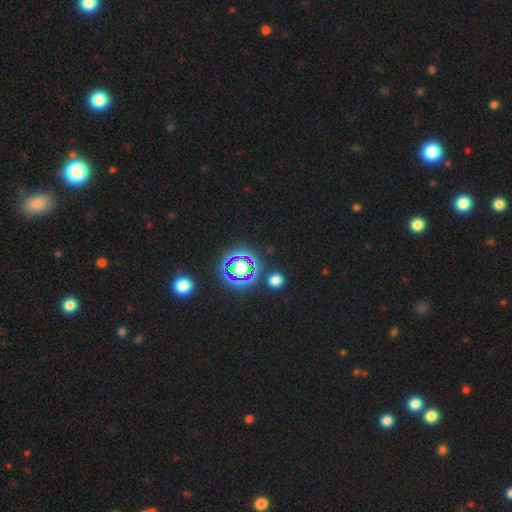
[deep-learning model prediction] This is likely a star or artifact rather than a galaxy (78%).